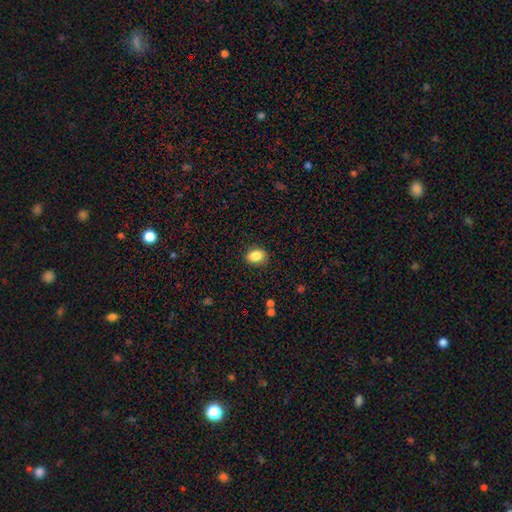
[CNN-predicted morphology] Smooth or featured? Predicted: smooth (p=0.86). How rounded? Predicted: in between (p=0.74). Merging? Predicted: none (p=0.87).